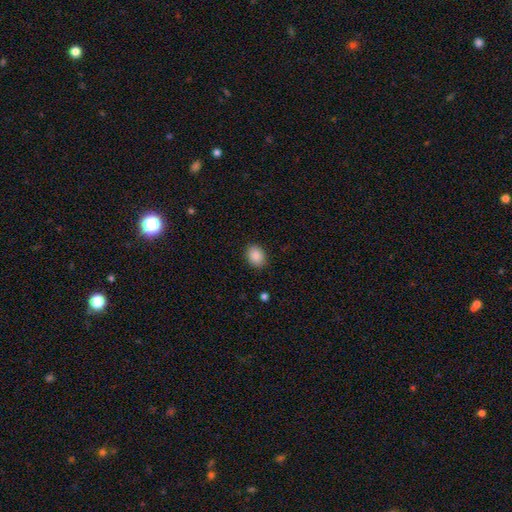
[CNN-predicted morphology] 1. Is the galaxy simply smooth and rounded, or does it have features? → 88% smooth, 8% star or artifact, 3% featured or disk.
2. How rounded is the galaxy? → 58% in between, 41% round, 1% cigar-shaped.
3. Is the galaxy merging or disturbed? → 89% none, 8% minor disturbance, 2% major disturbance, 1% merger.